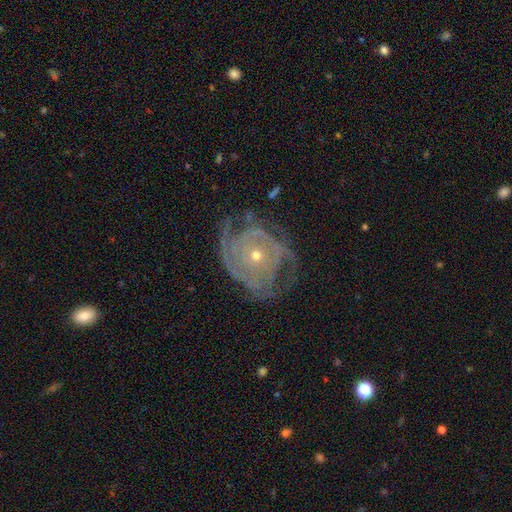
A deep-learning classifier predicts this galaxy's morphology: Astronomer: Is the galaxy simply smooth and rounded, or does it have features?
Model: featured or disk — 87%.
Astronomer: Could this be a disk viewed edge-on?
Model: no — 97%.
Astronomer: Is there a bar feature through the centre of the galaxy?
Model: no — 82%.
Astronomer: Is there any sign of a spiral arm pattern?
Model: yes — 93%.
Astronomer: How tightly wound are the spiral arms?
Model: tight — 62%.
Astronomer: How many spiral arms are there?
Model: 3 — 26% (runner-up: can't tell, 25%).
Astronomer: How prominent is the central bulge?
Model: small — 64%.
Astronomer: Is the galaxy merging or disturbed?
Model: none — 61%.